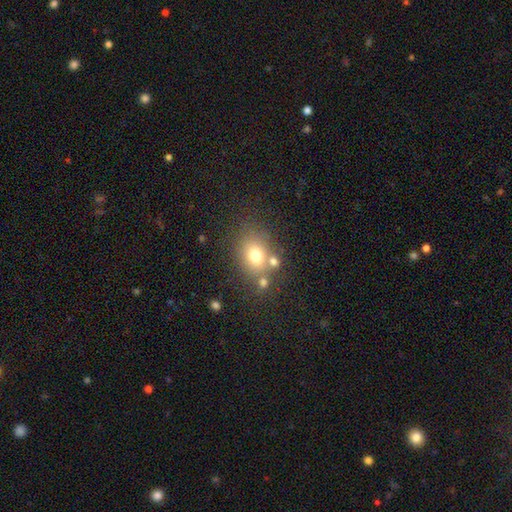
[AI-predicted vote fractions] Morphology: type=smooth (71%); roundness=round (53%); merging=none (64%).